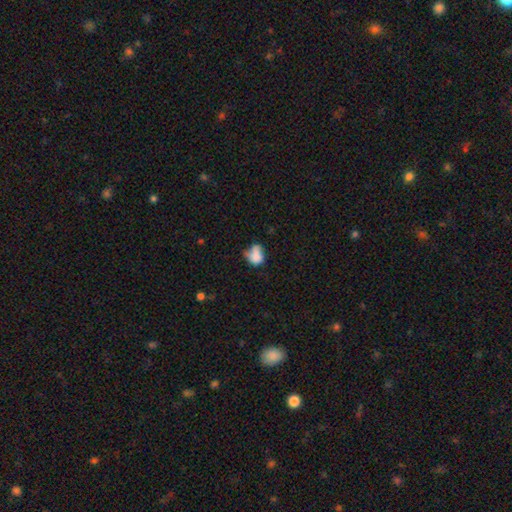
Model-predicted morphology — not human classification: Q: Smooth or featured?
A: smooth (72%); runner-up: featured or disk (18%)
Q: How rounded?
A: in between (65%); runner-up: round (34%)
Q: Merging?
A: minor disturbance (32%); runner-up: none (31%)